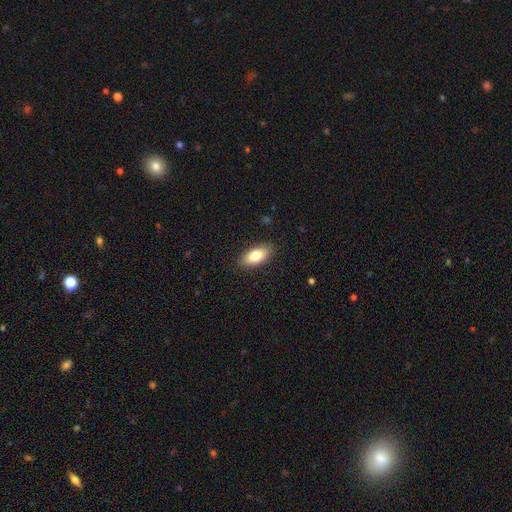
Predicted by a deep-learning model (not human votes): smooth-or-featured: smooth: 80% | featured or disk: 14% | star or artifact: 7%
  how-rounded: in between: 88% | cigar-shaped: 8% | round: 4%
  merging: none: 88% | minor disturbance: 9% | major disturbance: 2% | merger: 1%